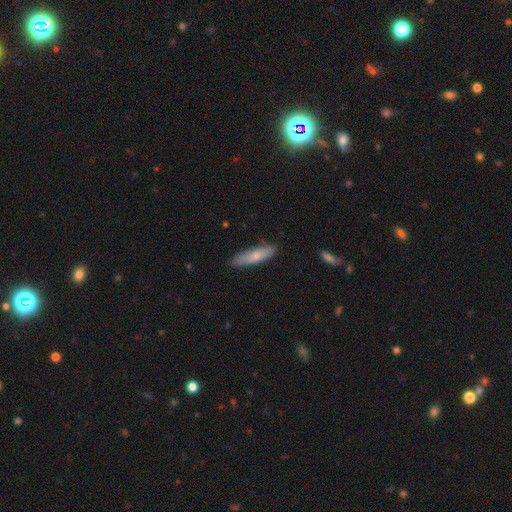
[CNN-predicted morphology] type=smooth (72%); roundness=cigar-shaped (70%); merging=none (84%).